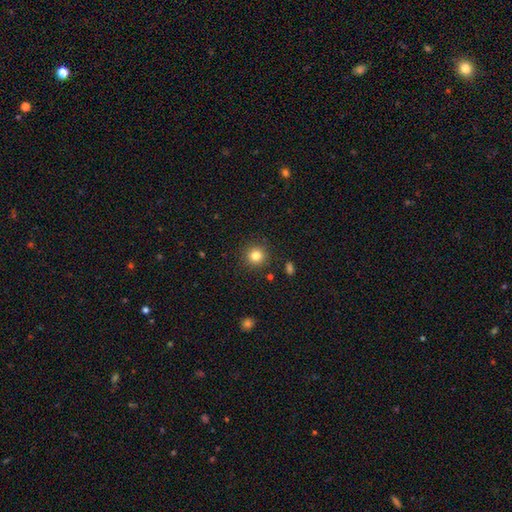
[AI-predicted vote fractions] Smooth or featured? smooth (81%)
How rounded? round (94%)
Merging? none (89%)